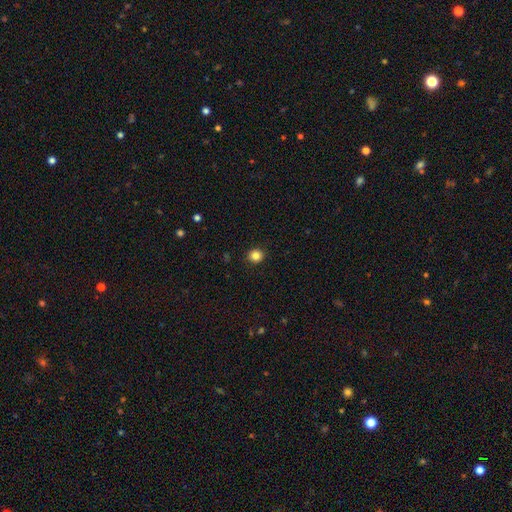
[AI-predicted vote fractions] The model was most divided on "how rounded": round: 85%, in between: 14%, cigar-shaped: 1%. More confident: merging — none (92%); smooth or featured — smooth (84%).